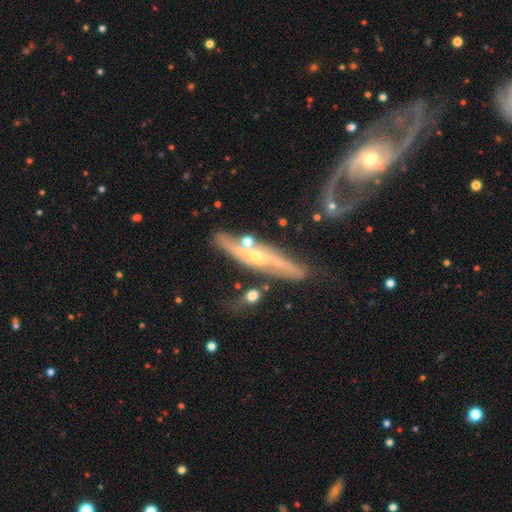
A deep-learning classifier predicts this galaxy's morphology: Overall: featured or disk (80%). Edge-on disk: yes (65%; no 35%). Edge-on bulge: rounded (73%). Merging: none (61%).